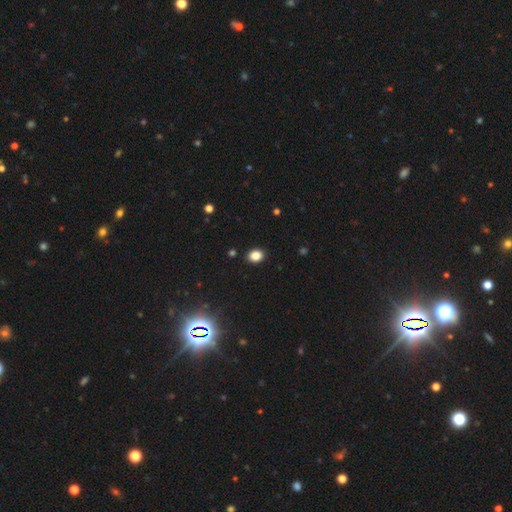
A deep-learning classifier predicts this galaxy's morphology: Smooth or featured? Predicted: smooth (p=0.84). How rounded? Predicted: in between (p=0.55). Merging? Predicted: none (p=0.90).